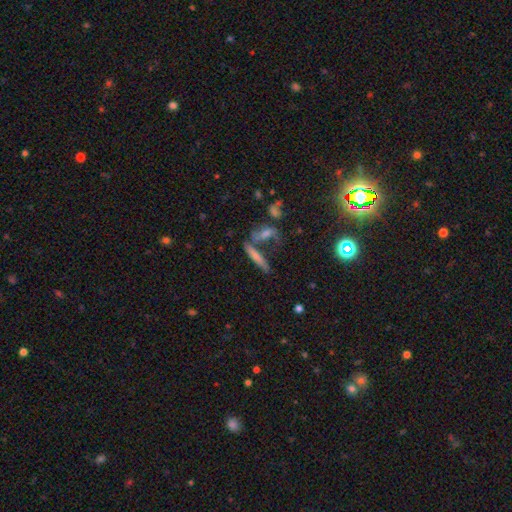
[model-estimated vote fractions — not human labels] Smooth or featured? smooth (64%)
How rounded? cigar-shaped (82%)
Merging? none (51%)